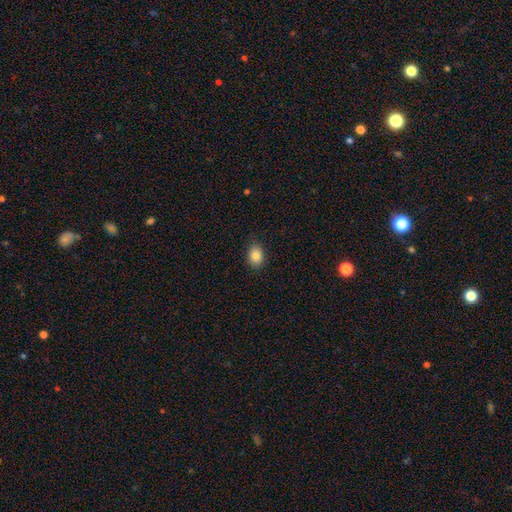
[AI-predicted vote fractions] Smooth or featured?
  - smooth: 85% *
  - star or artifact: 9%
  - featured or disk: 6%
How rounded?
  - in between: 71% *
  - round: 27%
  - cigar-shaped: 1%
Merging?
  - none: 86% *
  - minor disturbance: 11%
  - major disturbance: 2%
  - merger: 1%